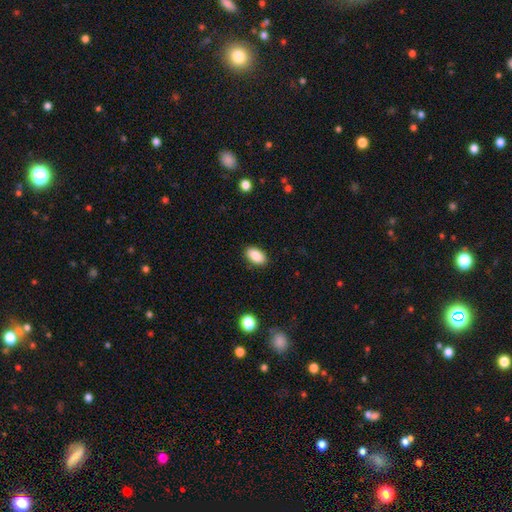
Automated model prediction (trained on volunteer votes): Smooth or featured? smooth (88%)
How rounded? in between (93%)
Merging? none (89%)